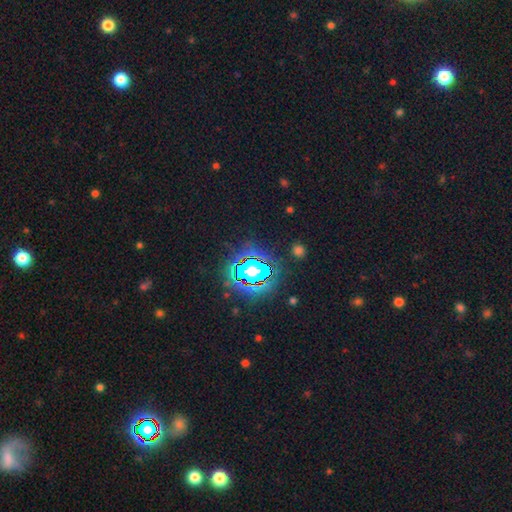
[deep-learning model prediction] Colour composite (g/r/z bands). It shows a star or artifact, not a galaxy (83%).